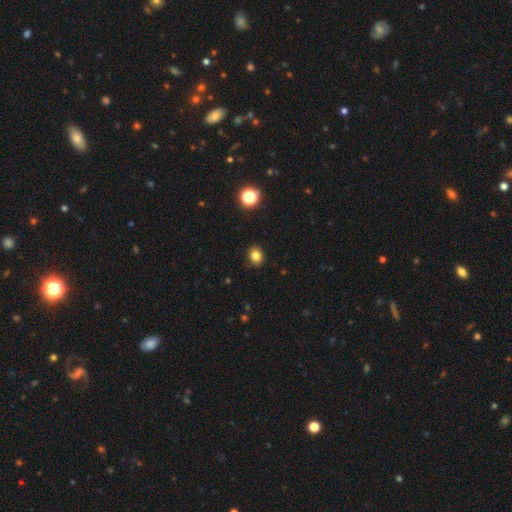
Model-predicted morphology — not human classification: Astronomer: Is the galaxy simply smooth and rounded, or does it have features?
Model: smooth — 82%.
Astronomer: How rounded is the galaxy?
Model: round — 60% (runner-up: in between, 39%).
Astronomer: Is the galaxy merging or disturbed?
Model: none — 89%.